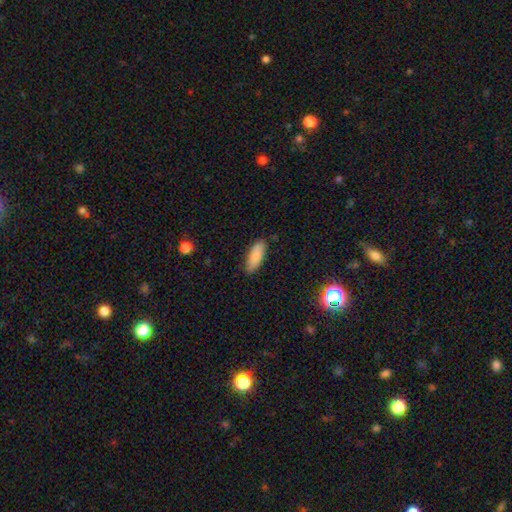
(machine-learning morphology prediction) A smooth galaxy with no disk features (87%) that is in between round and cigar-shaped (70%). Merging: none (82%).